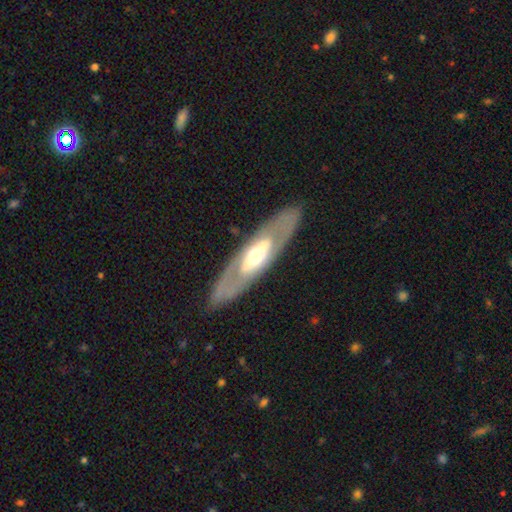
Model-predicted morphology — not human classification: type=featured or disk (67%); edge-on=no (69%); merging=none (84%).